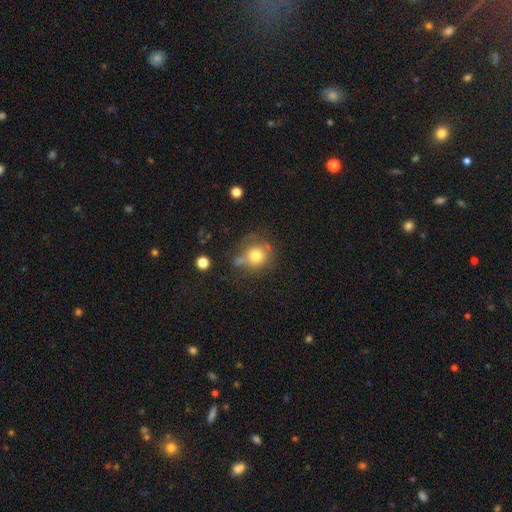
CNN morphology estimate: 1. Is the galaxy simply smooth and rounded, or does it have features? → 74% smooth, 15% featured or disk, 11% star or artifact.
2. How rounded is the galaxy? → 85% round, 14% in between, 1% cigar-shaped.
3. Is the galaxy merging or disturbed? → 54% none, 22% minor disturbance, 12% merger, 12% major disturbance.